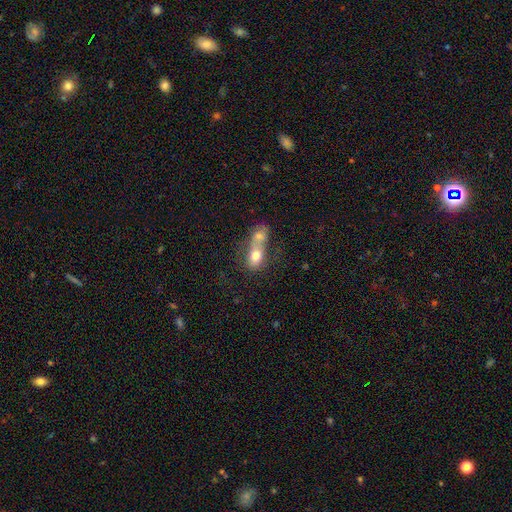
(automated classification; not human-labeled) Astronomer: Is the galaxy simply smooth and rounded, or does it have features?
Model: smooth — 71%.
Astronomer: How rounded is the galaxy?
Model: in between — 69%.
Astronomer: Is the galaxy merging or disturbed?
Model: merger — 74%.